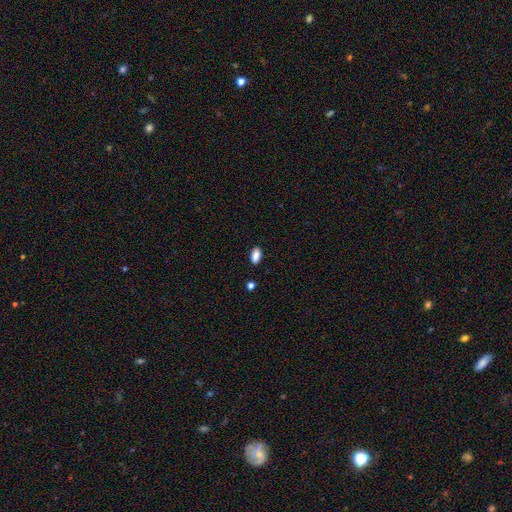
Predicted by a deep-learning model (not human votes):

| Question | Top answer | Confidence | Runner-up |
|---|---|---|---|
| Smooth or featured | smooth | 87% | star or artifact (8%) |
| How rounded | in between | 90% | cigar-shaped (6%) |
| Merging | none | 87% | minor disturbance (9%) |